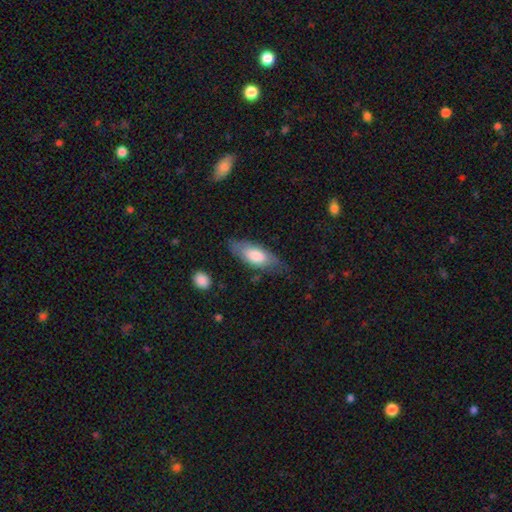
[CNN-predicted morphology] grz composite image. It shows a smooth galaxy with no disk features (72%) that is in between round and cigar-shaped (77%). Merging: none (67%).